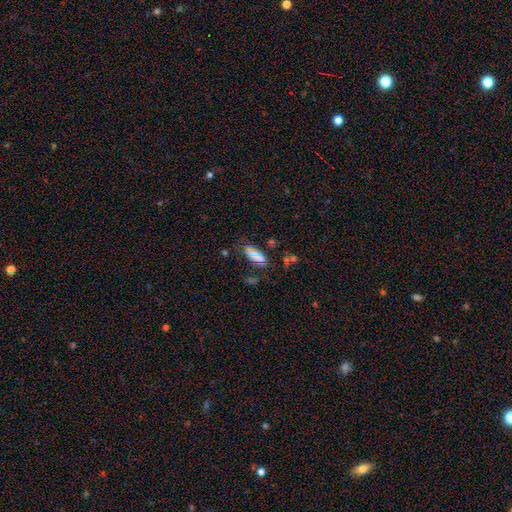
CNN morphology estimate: Smooth or featured: smooth — 66% (star or artifact — 22%)
How rounded: in between — 74% (cigar-shaped — 21%)
Merging: none — 66% (minor disturbance — 19%)